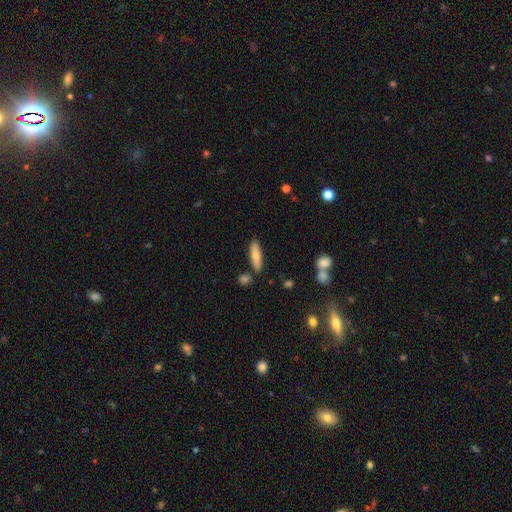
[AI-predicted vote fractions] Smooth or featured: smooth — 75% (featured or disk — 19%)
How rounded: cigar-shaped — 60% (in between — 38%)
Merging: none — 81% (minor disturbance — 11%)